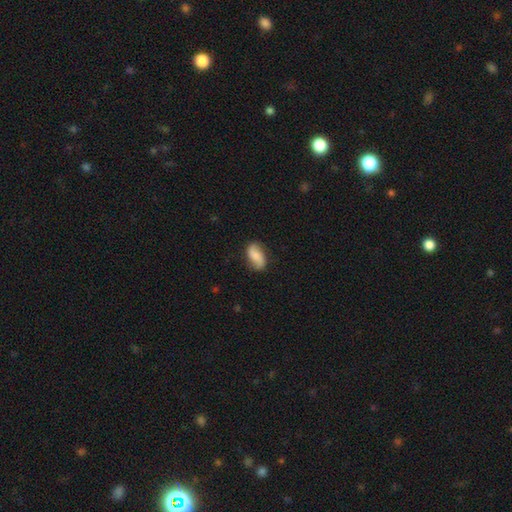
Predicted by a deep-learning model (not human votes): Overall: smooth (60%; featured or disk 32%). How rounded: in between (90%). Merging: none (74%).